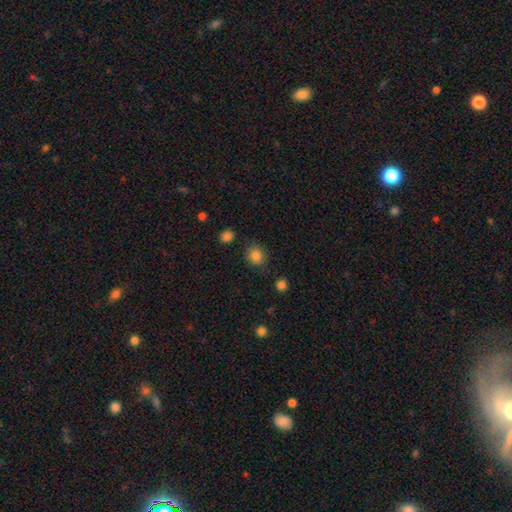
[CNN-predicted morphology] smooth-or-featured: smooth: 84% | star or artifact: 11% | featured or disk: 5%
  how-rounded: round: 76% | in between: 23% | cigar-shaped: 1%
  merging: none: 82% | minor disturbance: 12% | major disturbance: 3% | merger: 2%